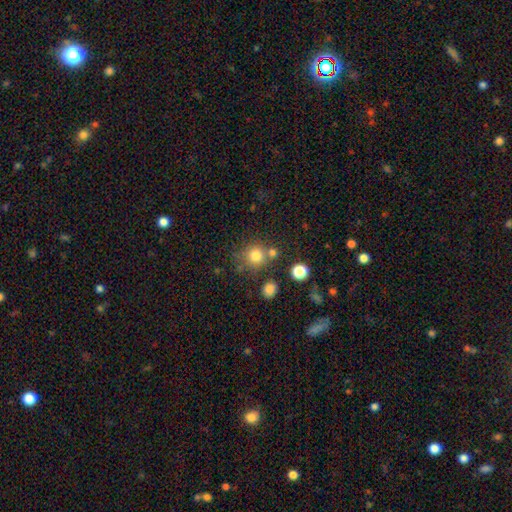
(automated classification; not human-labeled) This is likely a smooth galaxy (79%). How rounded: clearly round (90%). Merging: likely none (67%).